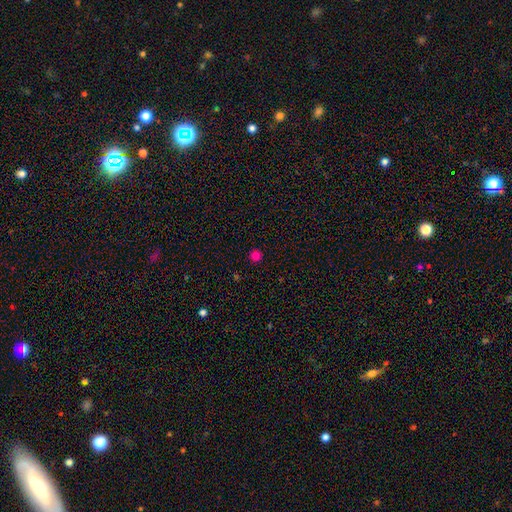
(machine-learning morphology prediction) Smooth or featured? smooth (80%)
How rounded? round (95%)
Merging? none (93%)